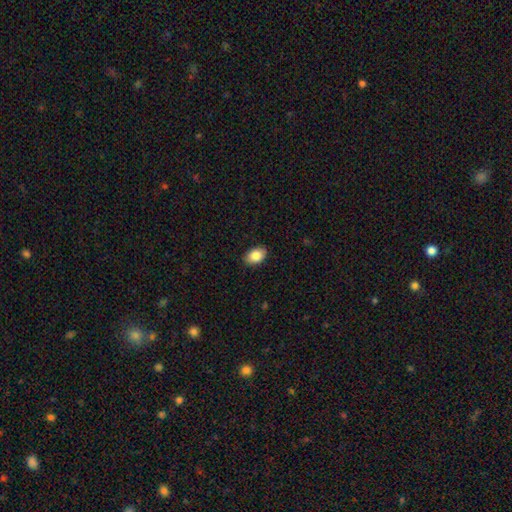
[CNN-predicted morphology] A smooth galaxy with no disk features (86%) that is in between round and cigar-shaped (86%).

Vote fractions:
- Smooth or featured? smooth: 86% / star or artifact: 7% / featured or disk: 6%
- How rounded? in between: 86% / round: 13% / cigar-shaped: 1%
- Merging? none: 88% / minor disturbance: 9% / major disturbance: 2% / merger: 1%